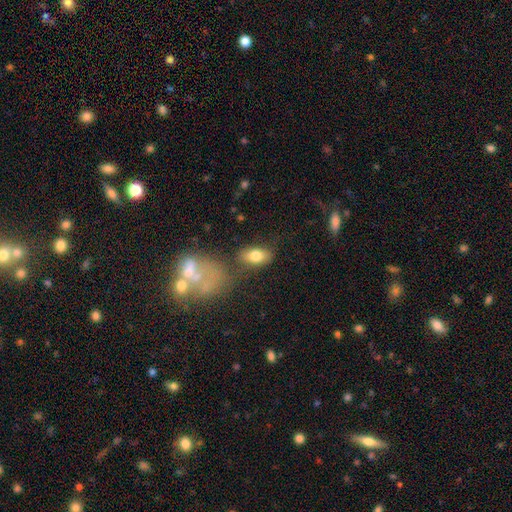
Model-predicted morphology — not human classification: A smooth galaxy with no disk features (76%) that is in between round and cigar-shaped (88%).

Vote fractions:
- Smooth or featured? smooth: 76% / featured or disk: 16% / star or artifact: 8%
- How rounded? in between: 88% / round: 8% / cigar-shaped: 4%
- Merging? none: 68% / minor disturbance: 14% / merger: 12% / major disturbance: 6%